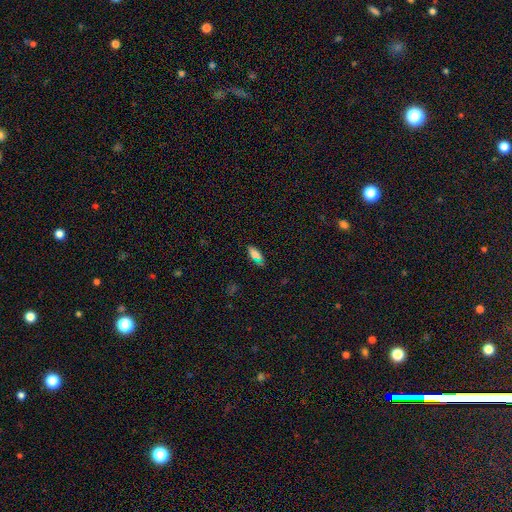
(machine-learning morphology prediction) Smooth or featured? Predicted: smooth (p=0.75). How rounded? Predicted: in between (p=0.76). Merging? Predicted: none (p=0.78).